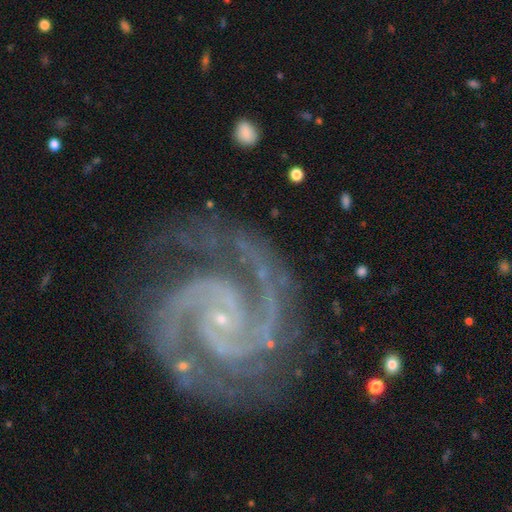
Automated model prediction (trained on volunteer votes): Q: Smooth or featured?
A: featured or disk (94%); runner-up: star or artifact (4%)
Q: Edge-on disk?
A: no (98%); runner-up: yes (2%)
Q: Bar?
A: no (62%); runner-up: weak (25%)
Q: Spiral arms?
A: yes (99%); runner-up: no (1%)
Q: Spiral winding?
A: tight (55%); runner-up: medium (41%)
Q: Spiral arm count?
A: 2 (82%); runner-up: 3 (8%)
Q: Bulge size?
A: small (88%); runner-up: moderate (7%)
Q: Merging?
A: none (76%); runner-up: minor disturbance (16%)